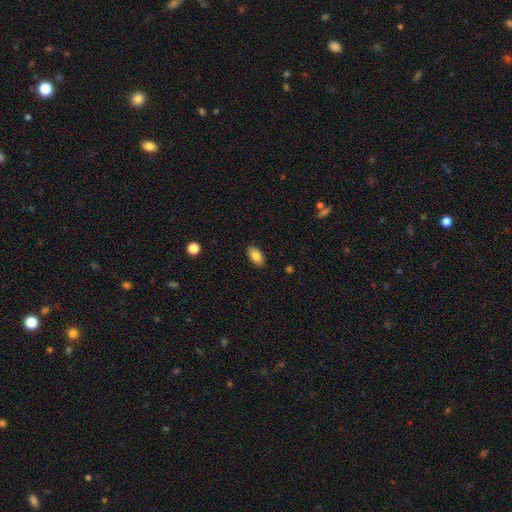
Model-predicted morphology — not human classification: This is clearly a smooth galaxy (85%). How rounded: clearly in between (92%). Merging: clearly none (89%).